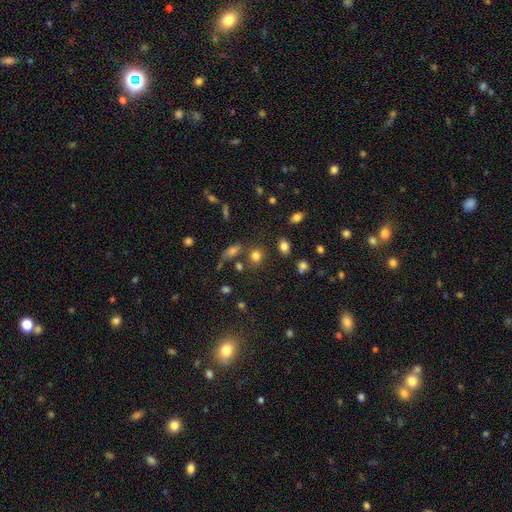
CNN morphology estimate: Smooth or featured? smooth (77%)
How rounded? round (63%)
Merging? none (72%)